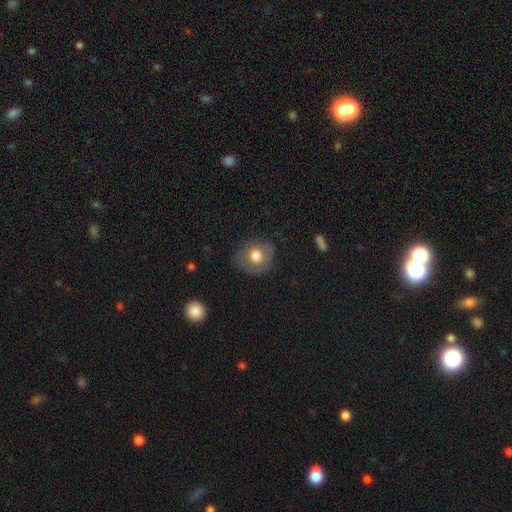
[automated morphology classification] Smooth or featured: smooth — 70% (featured or disk — 22%)
How rounded: round — 74% (in between — 25%)
Merging: none — 71% (minor disturbance — 19%)